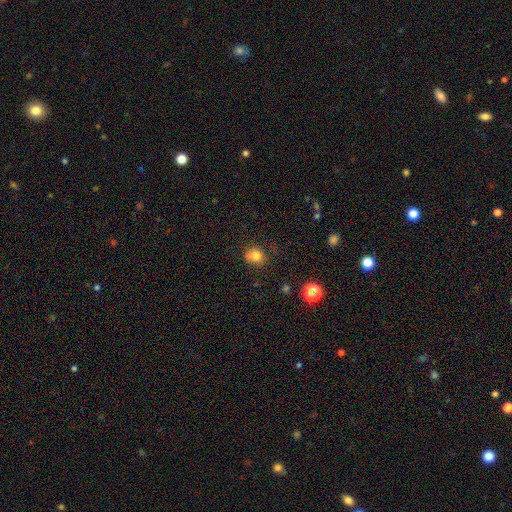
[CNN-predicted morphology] This appears to be a smooth galaxy with no disk features (77%) that is round (71%). Merging: none (63%).